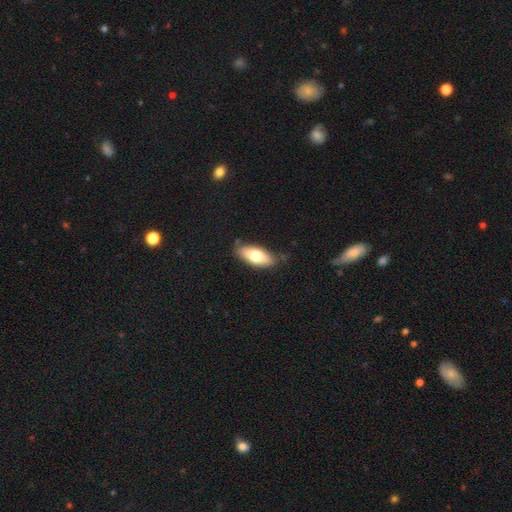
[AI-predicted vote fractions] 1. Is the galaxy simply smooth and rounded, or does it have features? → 71% smooth, 23% featured or disk, 6% star or artifact.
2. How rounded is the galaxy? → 86% in between, 11% cigar-shaped, 3% round.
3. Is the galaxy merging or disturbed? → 78% none, 17% minor disturbance, 3% major disturbance, 2% merger.